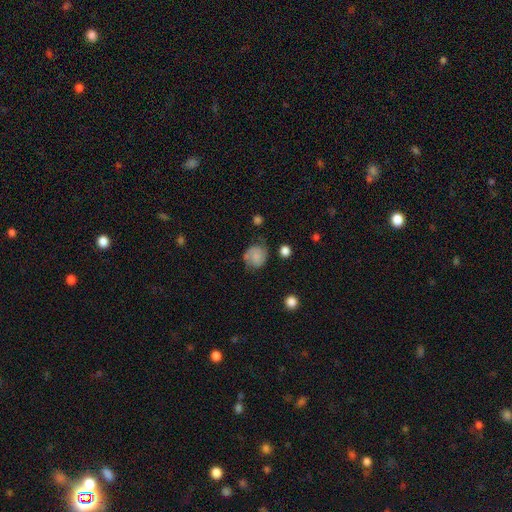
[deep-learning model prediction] A smooth galaxy with no disk features (62%) that is round (73%). Merging: none (60%).